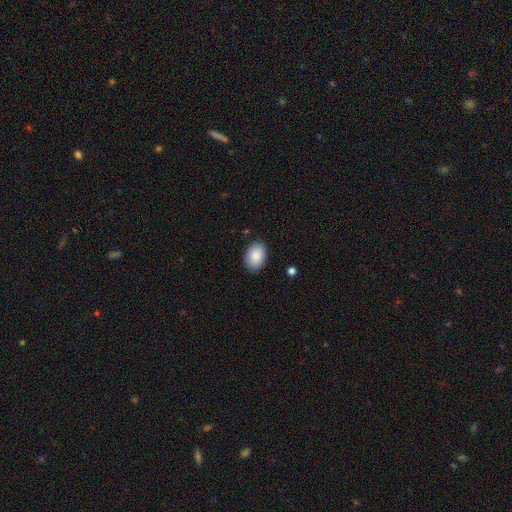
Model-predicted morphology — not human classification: Smooth or featured? Predicted: smooth (p=0.88). How rounded? Predicted: in between (p=0.83). Merging? Predicted: none (p=0.87).